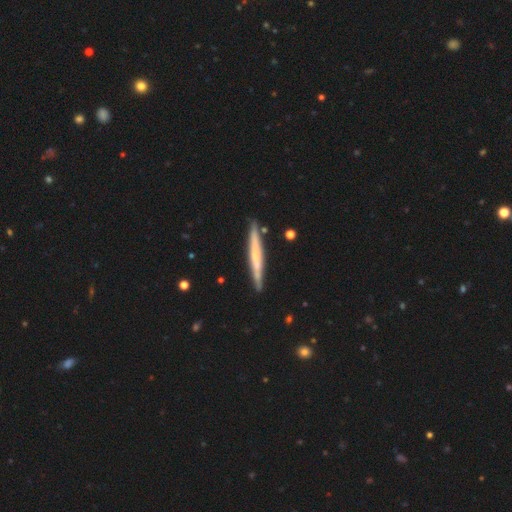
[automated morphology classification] This appears to be a featured or disk galaxy (53%) viewed edge-on (96%) with no central bulge (72%). Merging: none (87%).